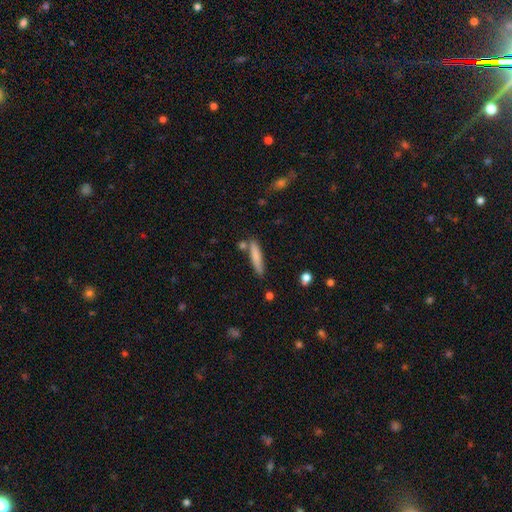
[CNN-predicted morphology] Smooth or featured? Predicted: smooth (p=0.77). How rounded? Predicted: cigar-shaped (p=0.88). Merging? Predicted: none (p=0.76).